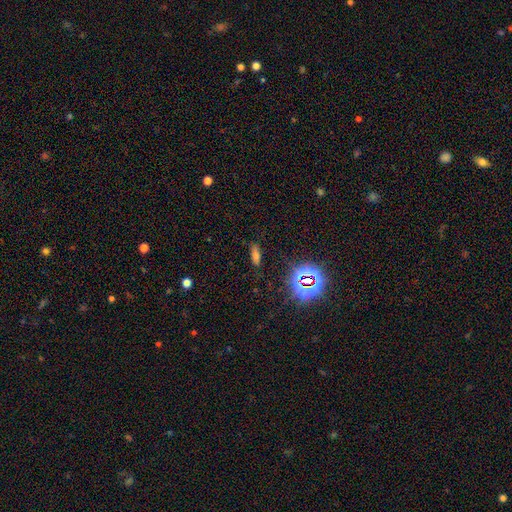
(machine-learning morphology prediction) This is possibly a smooth galaxy (54%). How rounded: possibly in between (55%). Merging: clearly none (81%).